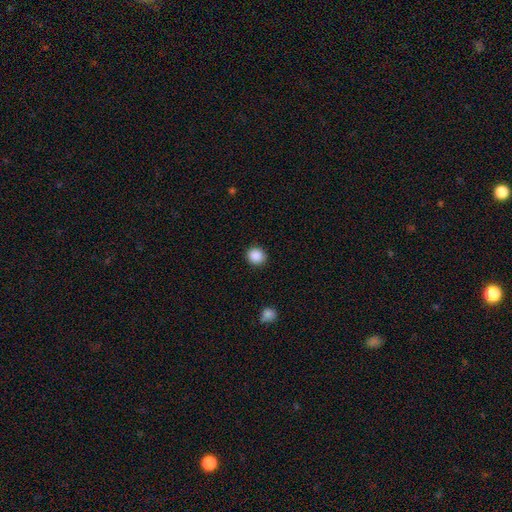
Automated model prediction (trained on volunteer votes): smooth-or-featured: smooth: 89% | star or artifact: 9% | featured or disk: 3%
  how-rounded: round: 84% | in between: 15% | cigar-shaped: 1%
  merging: none: 90% | minor disturbance: 6% | major disturbance: 2% | merger: 1%